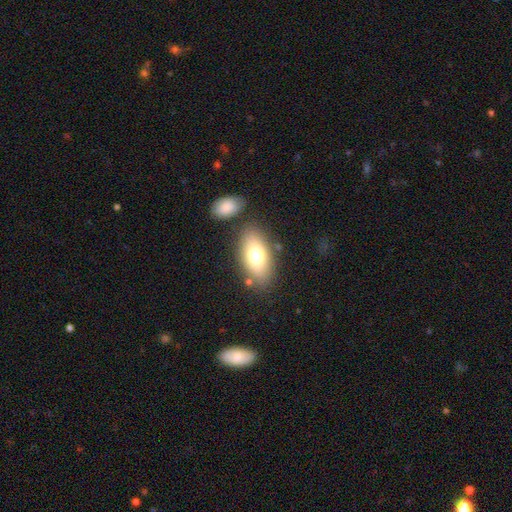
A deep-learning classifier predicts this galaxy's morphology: smooth_or_featured: smooth (p=0.72) [alt: featured or disk p=0.20]
how_rounded: in between (p=0.89) [alt: round p=0.06]
merging: none (p=0.77) [alt: minor disturbance p=0.12]